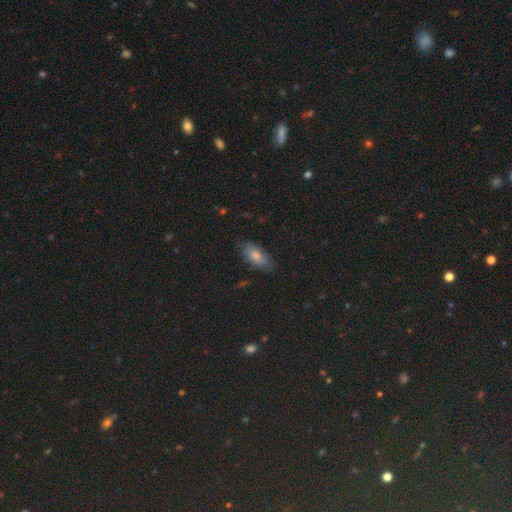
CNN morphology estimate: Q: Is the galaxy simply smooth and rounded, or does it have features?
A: smooth — 76%.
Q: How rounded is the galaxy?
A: in between — 85%.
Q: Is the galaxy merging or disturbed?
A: none — 81%.